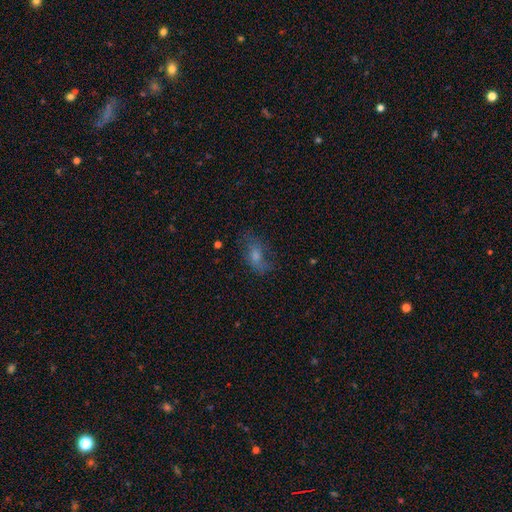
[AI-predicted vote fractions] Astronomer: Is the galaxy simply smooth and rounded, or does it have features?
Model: smooth — 44% (runner-up: featured or disk, 38%).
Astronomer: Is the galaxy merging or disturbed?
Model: none — 64%.